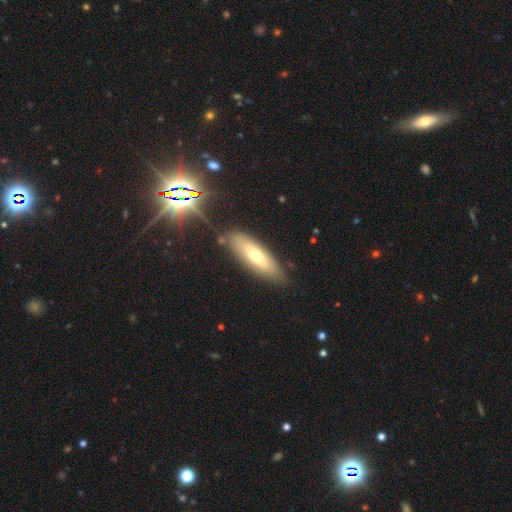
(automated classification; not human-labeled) Q: Smooth or featured?
A: smooth (56%); runner-up: featured or disk (31%)
Q: How rounded?
A: in between (50%); runner-up: cigar-shaped (47%)
Q: Merging?
A: none (82%); runner-up: minor disturbance (12%)